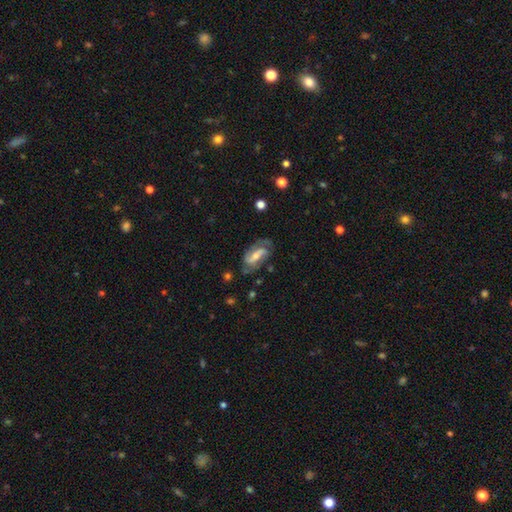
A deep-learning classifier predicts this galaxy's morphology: Q: Smooth or featured?
A: featured or disk (78%); runner-up: smooth (15%)
Q: Edge-on disk?
A: no (93%); runner-up: yes (7%)
Q: Bar?
A: strong (41%); runner-up: weak (38%)
Q: Spiral arms?
A: yes (92%); runner-up: no (8%)
Q: Spiral winding?
A: medium (46%); runner-up: tight (31%)
Q: Spiral arm count?
A: 2 (80%); runner-up: can't tell (10%)
Q: Bulge size?
A: moderate (46%); runner-up: small (45%)
Q: Merging?
A: none (70%); runner-up: minor disturbance (19%)